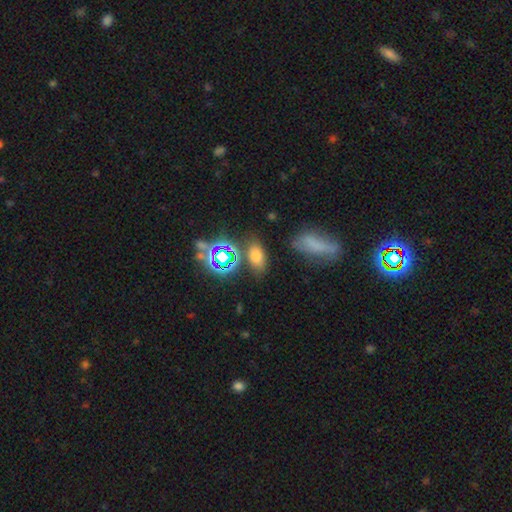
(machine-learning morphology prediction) Q: Smooth or featured?
A: smooth (66%); runner-up: star or artifact (25%)
Q: How rounded?
A: in between (88%); runner-up: round (9%)
Q: Merging?
A: none (74%); runner-up: minor disturbance (13%)